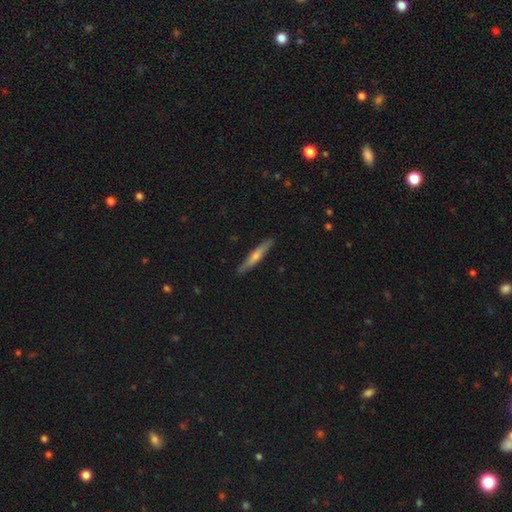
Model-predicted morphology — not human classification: Smooth or featured? featured or disk (48%)
Merging? none (89%)